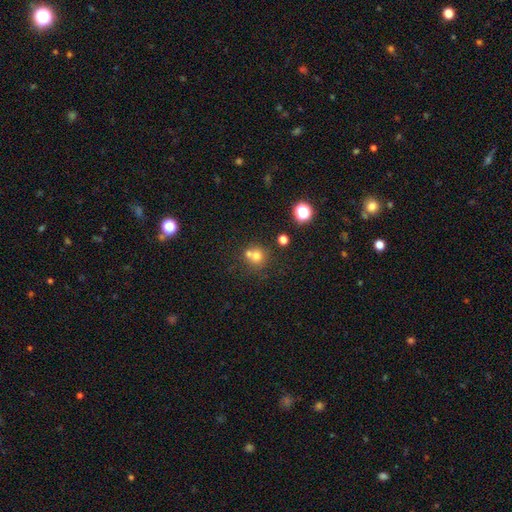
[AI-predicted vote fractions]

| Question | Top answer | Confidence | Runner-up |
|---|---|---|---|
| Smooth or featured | smooth | 71% | star or artifact (16%) |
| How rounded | round | 88% | in between (11%) |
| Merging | none | 52% | merger (38%) |